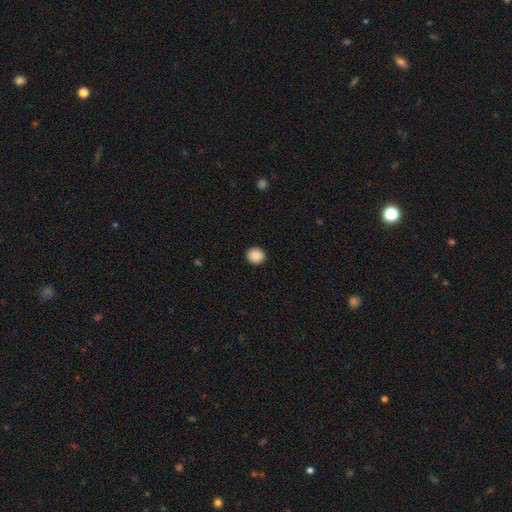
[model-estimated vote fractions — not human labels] smooth-or-featured: smooth: 88% | star or artifact: 8% | featured or disk: 4%
  how-rounded: round: 91% | in between: 8% | cigar-shaped: 1%
  merging: none: 93% | minor disturbance: 5% | major disturbance: 2% | merger: 1%